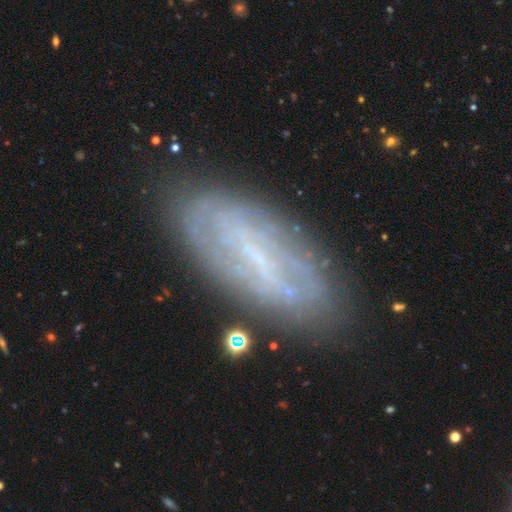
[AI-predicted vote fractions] smooth_or_featured: featured or disk (p=0.67) [alt: smooth p=0.24]
disk_edge_on: no (p=0.86) [alt: yes p=0.14]
bar: strong (p=0.40) [alt: weak p=0.38]
has_spiral_arms: yes (p=0.60) [alt: no p=0.40]
bulge_size: small (p=0.52) [alt: none p=0.36]
merging: none (p=0.77) [alt: minor disturbance p=0.16]